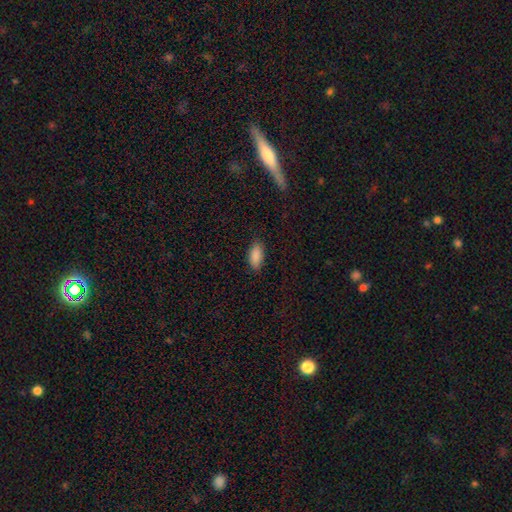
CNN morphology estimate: The model was most divided on "merging": none: 87%, minor disturbance: 10%, major disturbance: 2%, merger: 1%. More confident: smooth or featured — smooth (89%); how rounded — in between (88%).